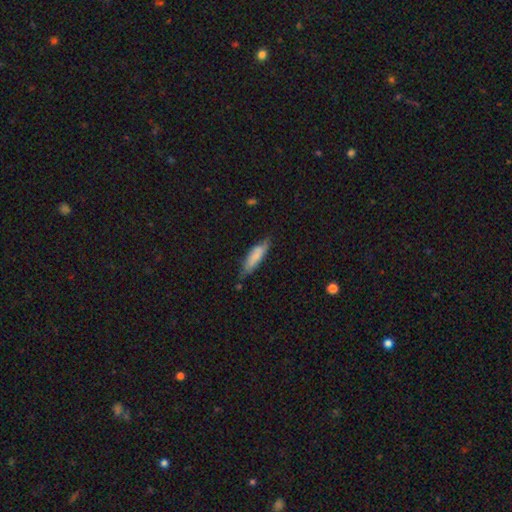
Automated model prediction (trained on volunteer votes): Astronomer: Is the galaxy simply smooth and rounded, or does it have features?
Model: smooth — 74%.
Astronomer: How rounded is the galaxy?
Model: cigar-shaped — 62%.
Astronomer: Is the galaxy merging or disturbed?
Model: none — 64%.